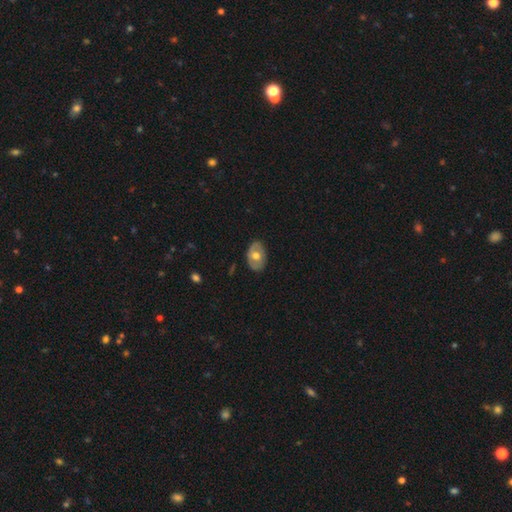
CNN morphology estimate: Smooth or featured? smooth (51%)
How rounded? in between (79%)
Merging? none (78%)